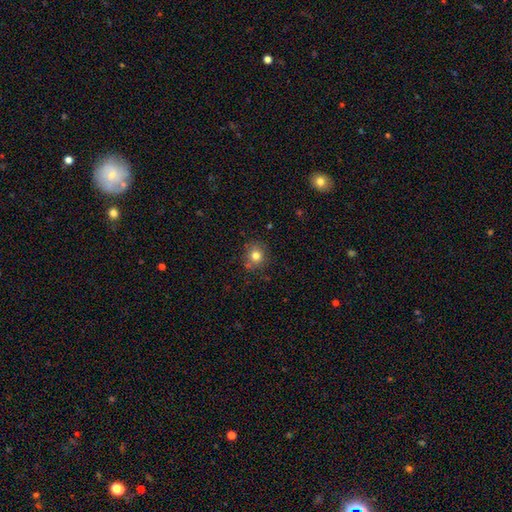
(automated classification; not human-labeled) smooth-or-featured: smooth: 78% | star or artifact: 13% | featured or disk: 9%
  how-rounded: round: 85% | in between: 14% | cigar-shaped: 1%
  merging: none: 79% | minor disturbance: 13% | merger: 5% | major disturbance: 3%